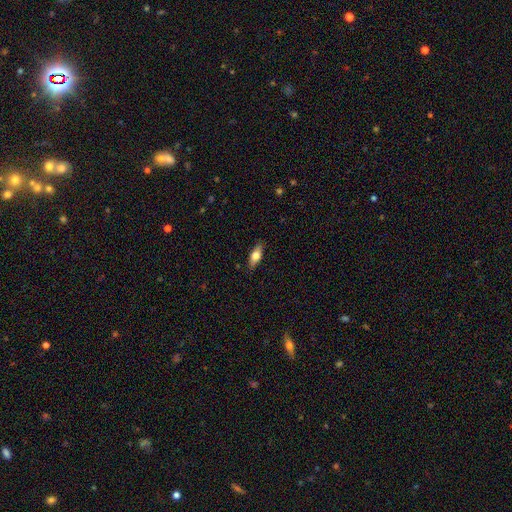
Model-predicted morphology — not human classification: This appears to be a smooth galaxy with no disk features (66%) that is in between round and cigar-shaped (72%). Merging: none (86%).